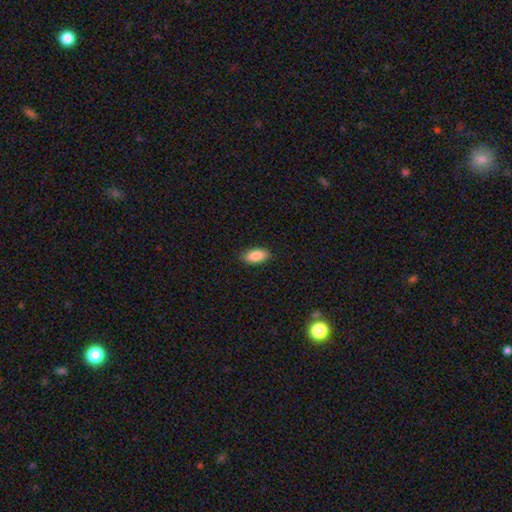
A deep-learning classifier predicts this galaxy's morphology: The model was most divided on "merging": none: 88%, minor disturbance: 9%, major disturbance: 2%, merger: 1%. More confident: how rounded — in between (90%); smooth or featured — smooth (88%).